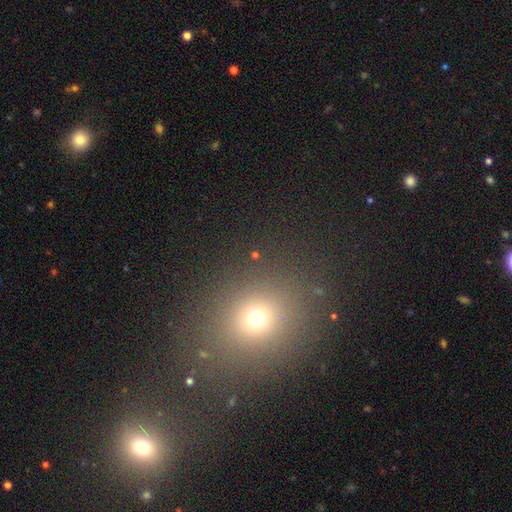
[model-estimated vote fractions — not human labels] A smooth galaxy with no disk features (59%) that is round (80%). Merging: none (84%).